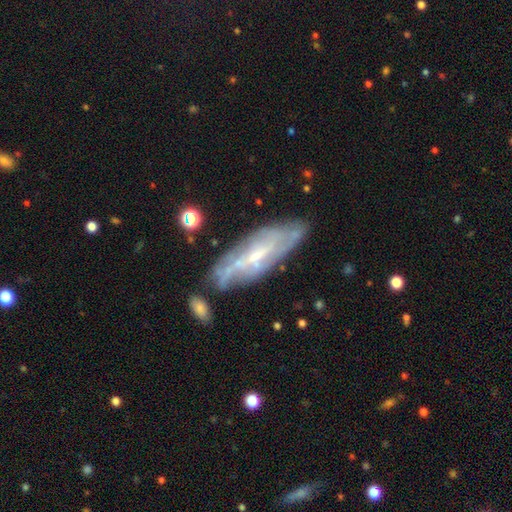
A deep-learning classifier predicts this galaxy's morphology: This appears to be a featured or disk galaxy (74%) with a weak bar (43%), spiral arms (77%) and a small central bulge (64%). Merging: none (68%).